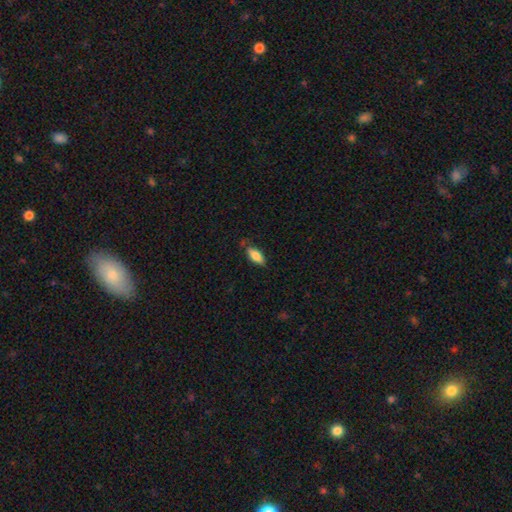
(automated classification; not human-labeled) Smooth or featured? Predicted: smooth (p=0.78). How rounded? Predicted: in between (p=0.79). Merging? Predicted: none (p=0.76).